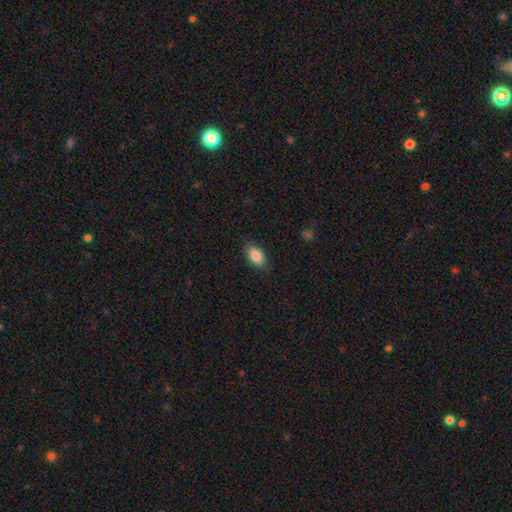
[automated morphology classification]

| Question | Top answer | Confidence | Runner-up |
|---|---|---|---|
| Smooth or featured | smooth | 86% | star or artifact (7%) |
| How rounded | in between | 91% | round (6%) |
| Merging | none | 84% | minor disturbance (12%) |